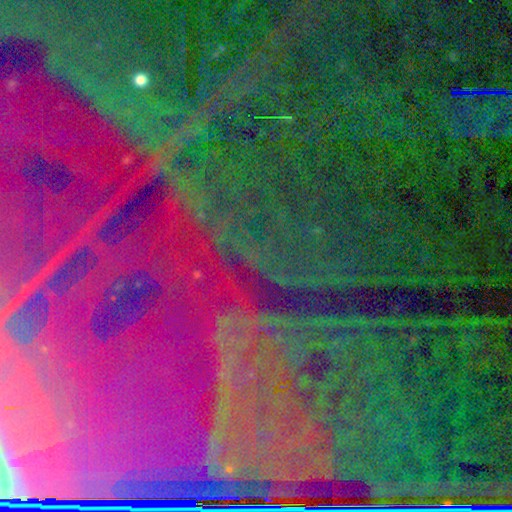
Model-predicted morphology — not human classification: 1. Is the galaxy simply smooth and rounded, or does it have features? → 88% star or artifact, 6% featured or disk, 6% smooth.